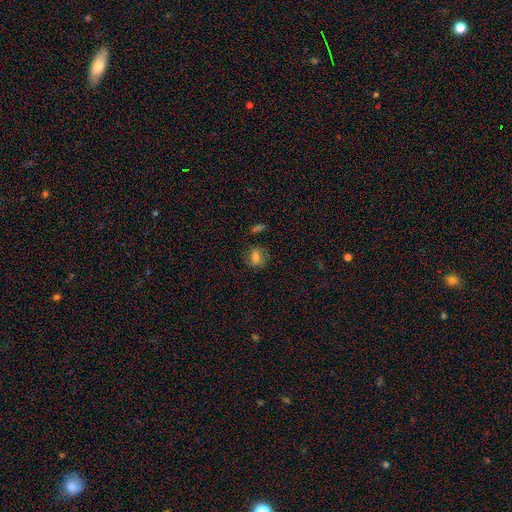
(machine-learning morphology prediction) The model was most divided on "how rounded": in between: 50%, round: 48%, cigar-shaped: 3%. More confident: merging — none (73%); smooth or featured — smooth (56%).